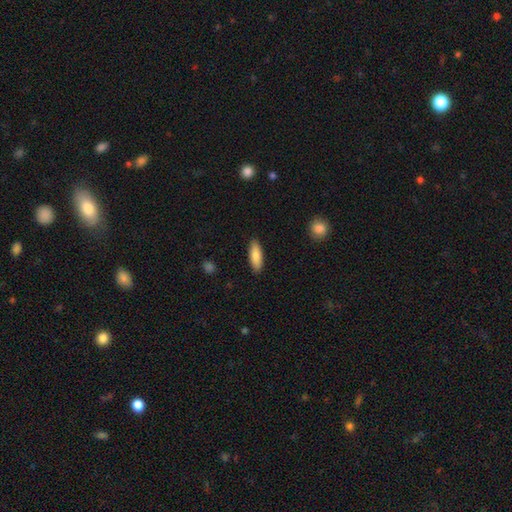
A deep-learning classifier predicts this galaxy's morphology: Smooth or featured? smooth (83%)
How rounded? in between (59%)
Merging? none (89%)